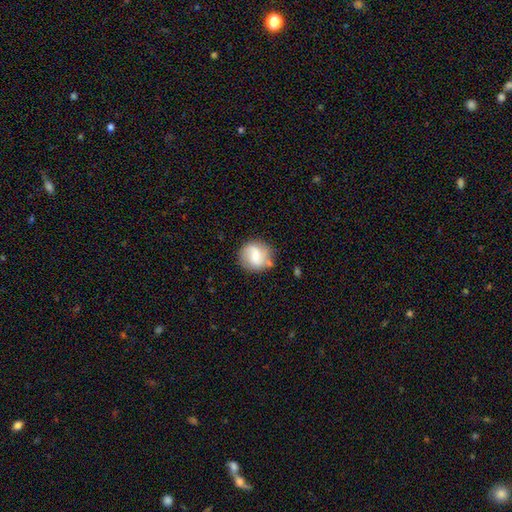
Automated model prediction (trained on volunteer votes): featured or disk 48%, smooth 45%, star or artifact 7%. Down the decision tree: merging — none (75%).